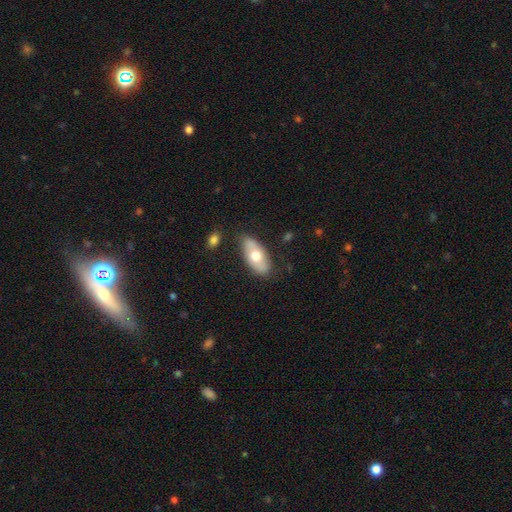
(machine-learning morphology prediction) This appears to be a smooth galaxy with no disk features (60%) that is in between round and cigar-shaped (91%). Merging: none (77%).